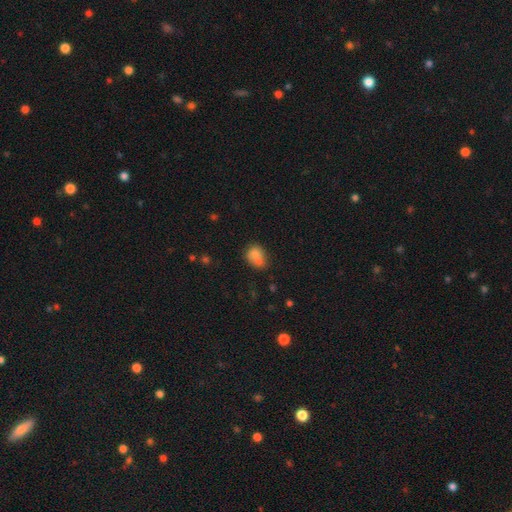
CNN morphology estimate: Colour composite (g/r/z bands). It shows a smooth galaxy with no disk features (77%) that is in between round and cigar-shaped (50%). Merging: none (38%).